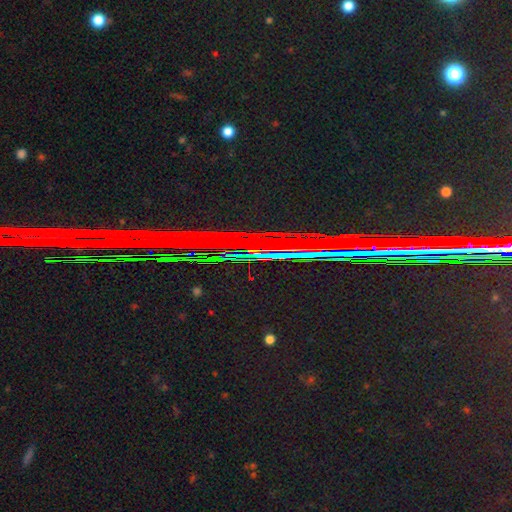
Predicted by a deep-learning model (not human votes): Smooth or featured: star or artifact — 87% (featured or disk — 7%)